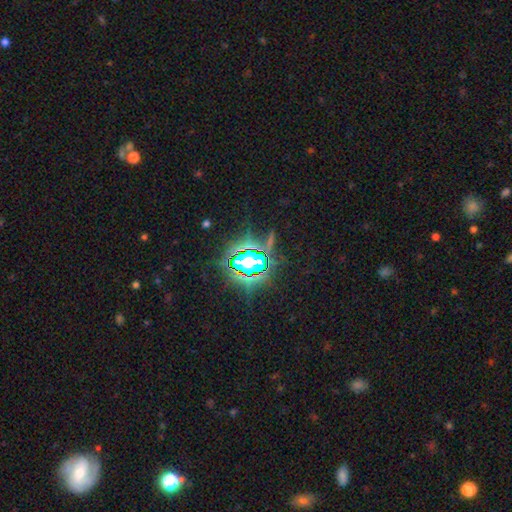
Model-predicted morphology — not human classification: This is likely a star or artifact rather than a galaxy (79%).